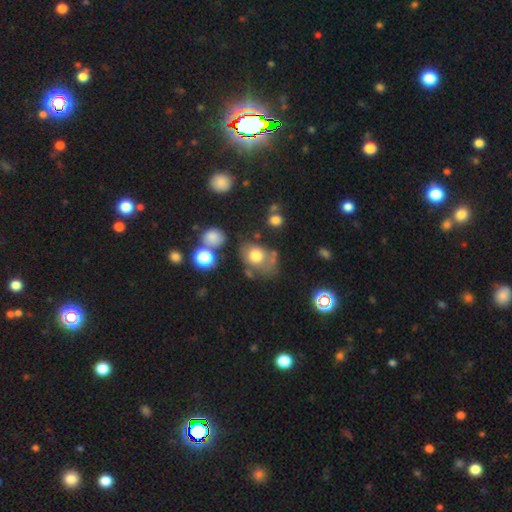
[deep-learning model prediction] A smooth galaxy with no disk features (69%) that is in between round and cigar-shaped (62%).

Vote fractions:
- Smooth or featured? smooth: 69% / featured or disk: 19% / star or artifact: 12%
- How rounded? in between: 62% / round: 37% / cigar-shaped: 1%
- Merging? none: 51% / minor disturbance: 23% / merger: 13% / major disturbance: 13%